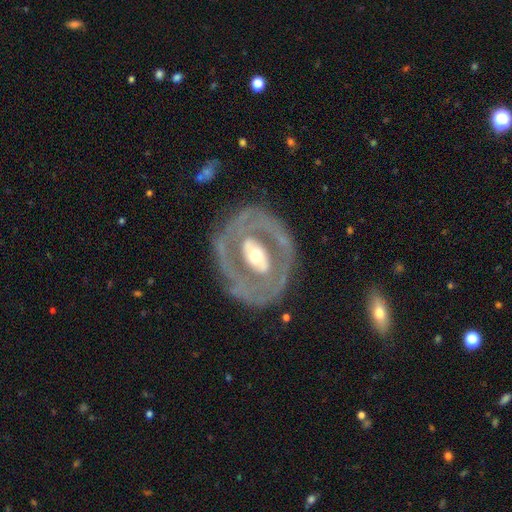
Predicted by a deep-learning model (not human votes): This appears to be a featured or disk galaxy (79%) with no bar (38%), no spiral arms (50%, tied with yes) and a moderate central bulge (64%). Merging: none (70%).